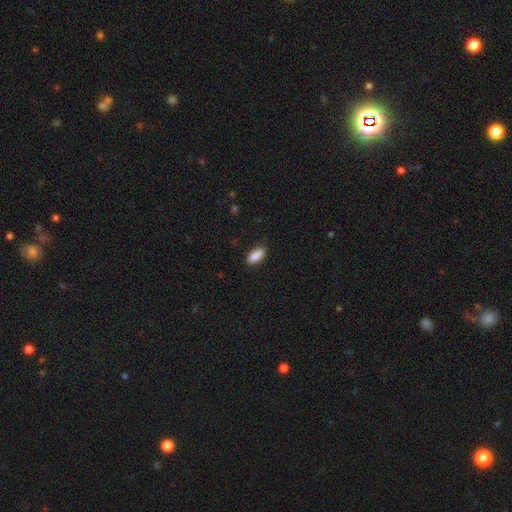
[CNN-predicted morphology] The model was most divided on "how rounded": in between: 81%, cigar-shaped: 17%, round: 2%. More confident: smooth or featured — smooth (88%); merging — none (81%).